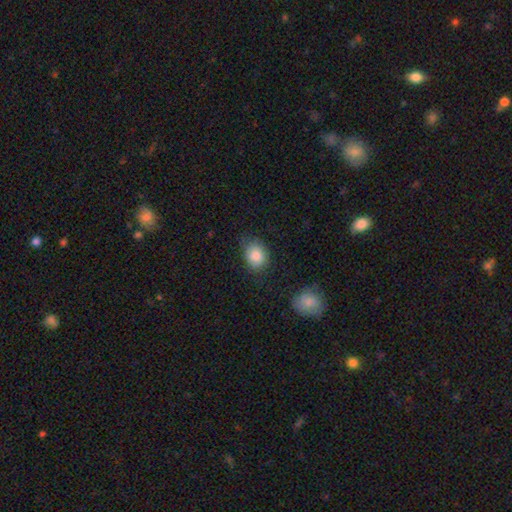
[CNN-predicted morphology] Smooth or featured? smooth (85%)
How rounded? in between (58%)
Merging? none (69%)